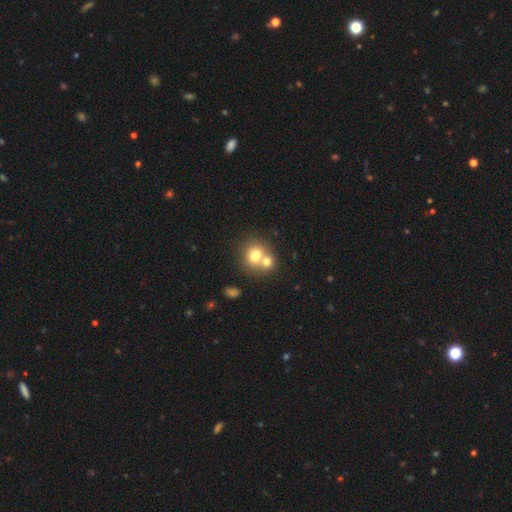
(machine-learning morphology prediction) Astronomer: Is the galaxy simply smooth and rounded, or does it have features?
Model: smooth — 72%.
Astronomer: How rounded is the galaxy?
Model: round — 78%.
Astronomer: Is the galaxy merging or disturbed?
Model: merger — 52% (runner-up: none, 39%).